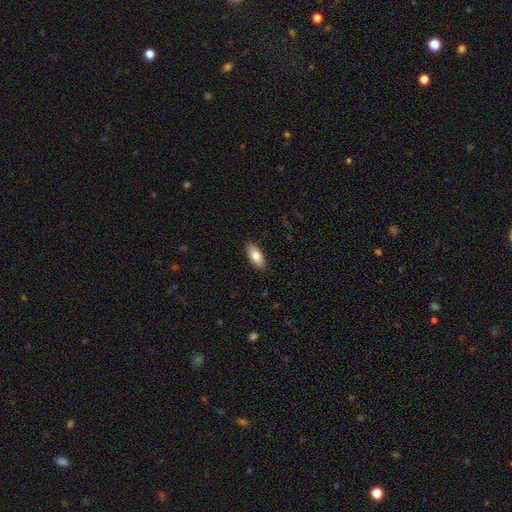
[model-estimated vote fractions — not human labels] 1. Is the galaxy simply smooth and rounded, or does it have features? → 81% smooth, 13% featured or disk, 6% star or artifact.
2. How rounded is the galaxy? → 85% in between, 13% cigar-shaped, 2% round.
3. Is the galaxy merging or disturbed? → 89% none, 8% minor disturbance, 2% major disturbance, 1% merger.